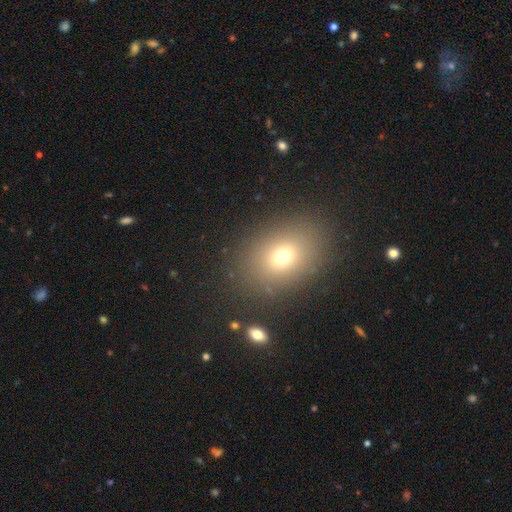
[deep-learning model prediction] A smooth galaxy with no disk features (66%) that is in between round and cigar-shaped (61%).

Vote fractions:
- Smooth or featured? smooth: 66% / star or artifact: 24% / featured or disk: 10%
- How rounded? in between: 61% / round: 37% / cigar-shaped: 1%
- Merging? none: 88% / minor disturbance: 7% / major disturbance: 3% / merger: 2%